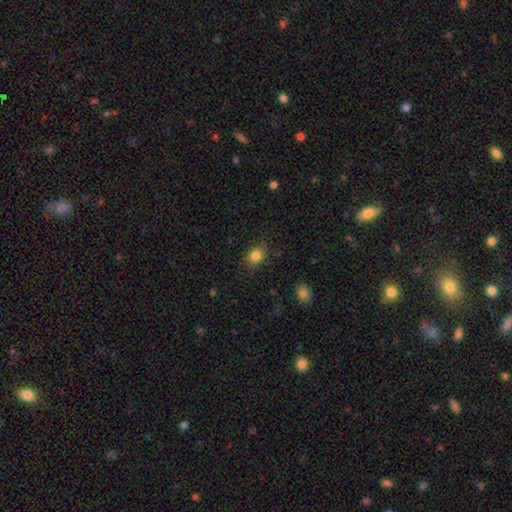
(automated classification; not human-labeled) A smooth galaxy with no disk features (84%) that is round (56%). Merging: none (84%).